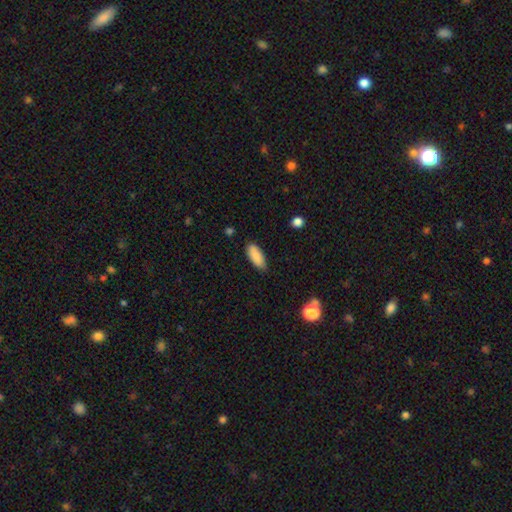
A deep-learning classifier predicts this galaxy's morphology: A smooth galaxy with no disk features (89%) that is in between round and cigar-shaped (78%). Merging: none (84%).